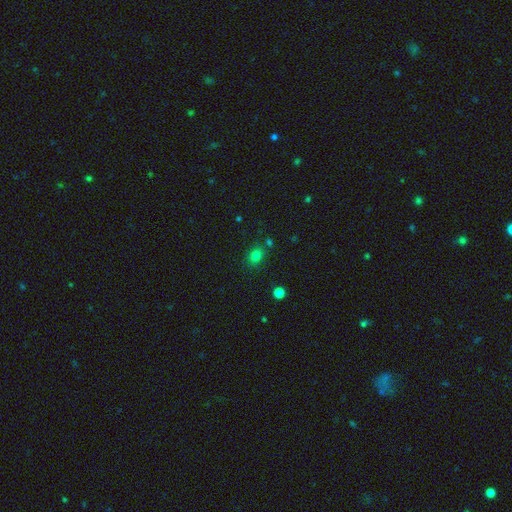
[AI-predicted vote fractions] Smooth or featured? smooth (77%)
How rounded? round (56%)
Merging? none (77%)